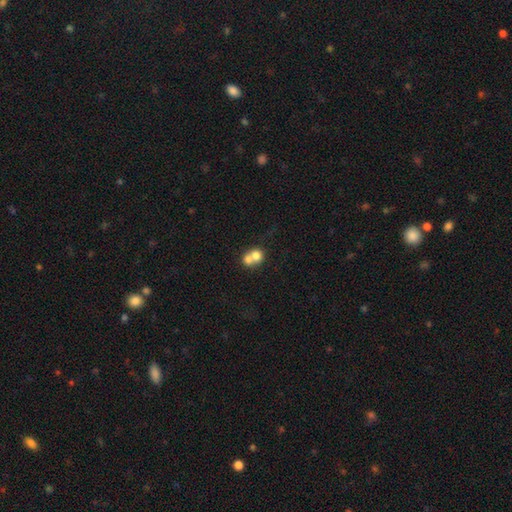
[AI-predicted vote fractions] This is likely a smooth galaxy (71%). How rounded: likely round (72%). Merging: likely merger (69%).